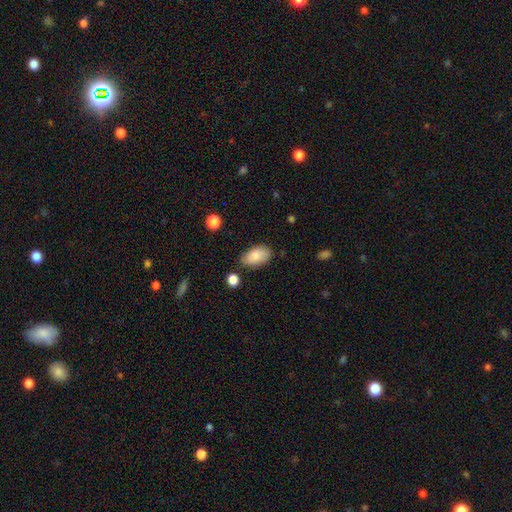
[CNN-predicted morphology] This appears to be a smooth galaxy with no disk features (82%) that is in between round and cigar-shaped (93%). Merging: none (76%).